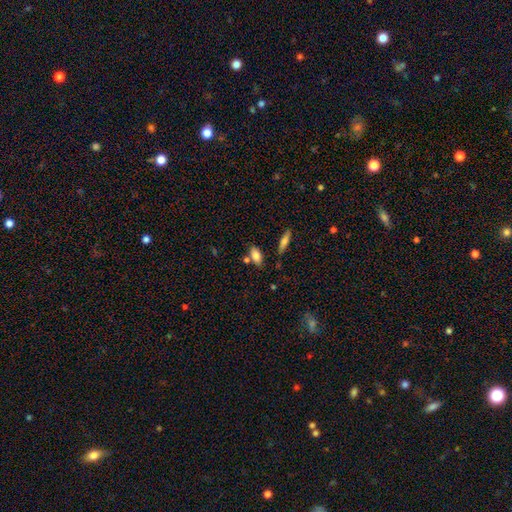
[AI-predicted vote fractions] Smooth or featured? smooth (80%)
How rounded? in between (84%)
Merging? none (67%)